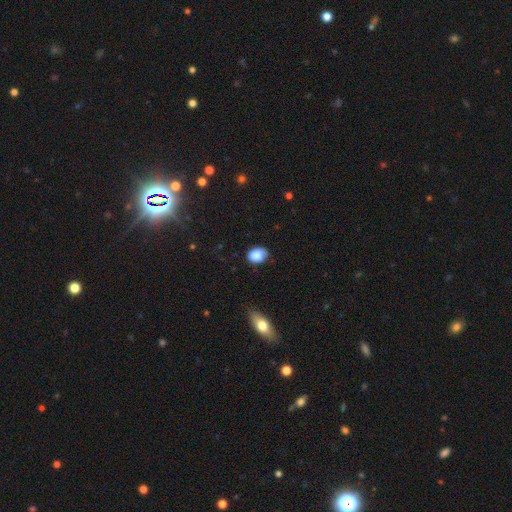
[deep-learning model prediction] smooth_or_featured: smooth (p=0.86) [alt: star or artifact p=0.08]
how_rounded: in between (p=0.70) [alt: round p=0.29]
merging: none (p=0.65) [alt: minor disturbance p=0.28]